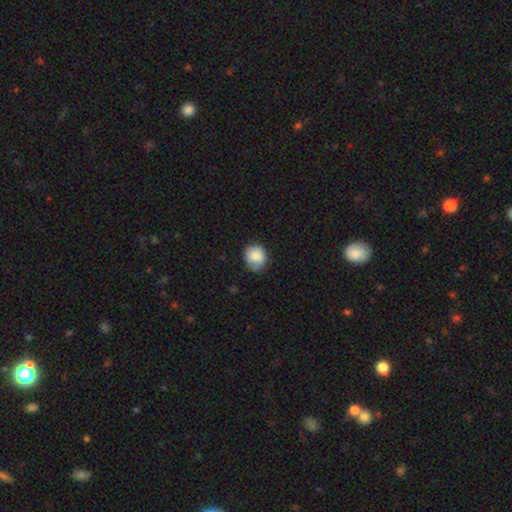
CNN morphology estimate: Smooth or featured? smooth (80%)
How rounded? round (77%)
Merging? none (69%)